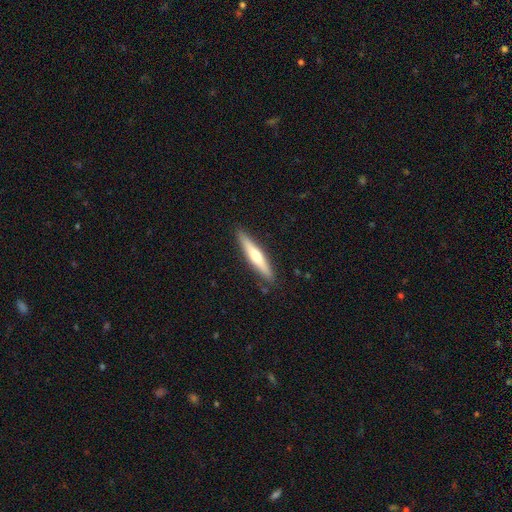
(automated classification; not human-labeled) Morphology: type=featured or disk (49%); merging=none (88%).